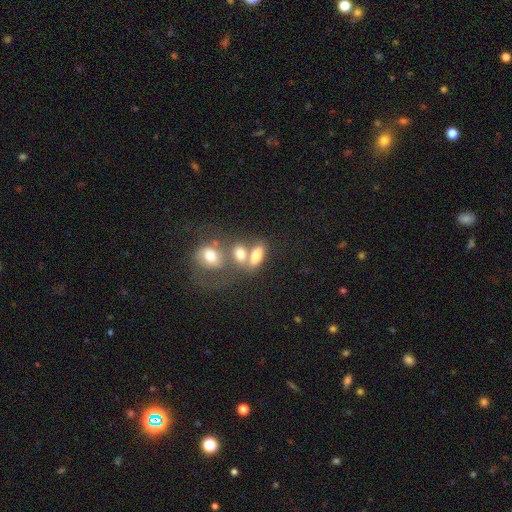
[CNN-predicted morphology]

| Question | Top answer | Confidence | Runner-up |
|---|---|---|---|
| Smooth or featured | smooth | 71% | featured or disk (19%) |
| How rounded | in between | 82% | round (13%) |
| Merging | merger | 50% | none (31%) |